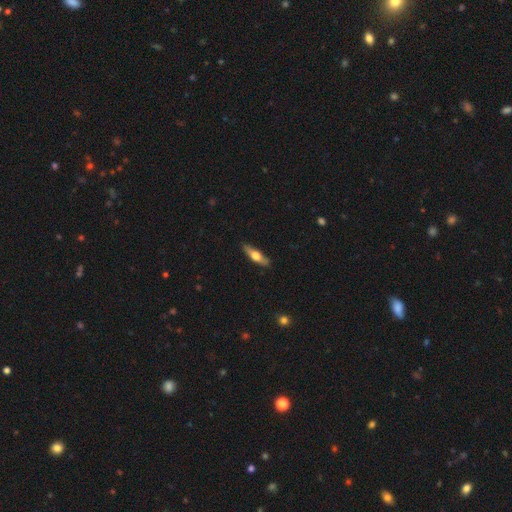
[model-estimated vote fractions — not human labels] Overall: featured or disk (51%; smooth 43%). Edge-on disk: yes (90%). Merging: none (87%).